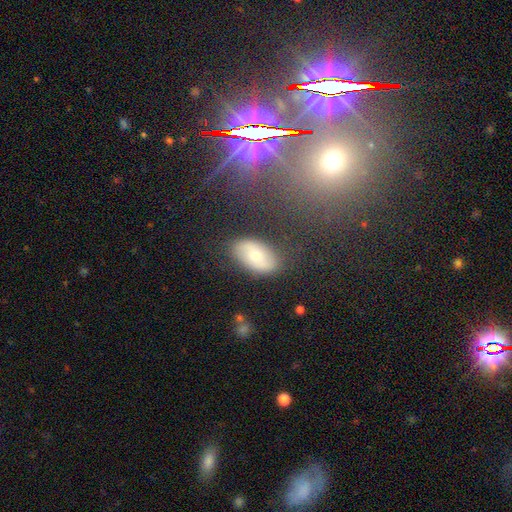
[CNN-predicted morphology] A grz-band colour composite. It shows a smooth galaxy with no disk features (56%) that is in between round and cigar-shaped (91%). Merging: none (83%).